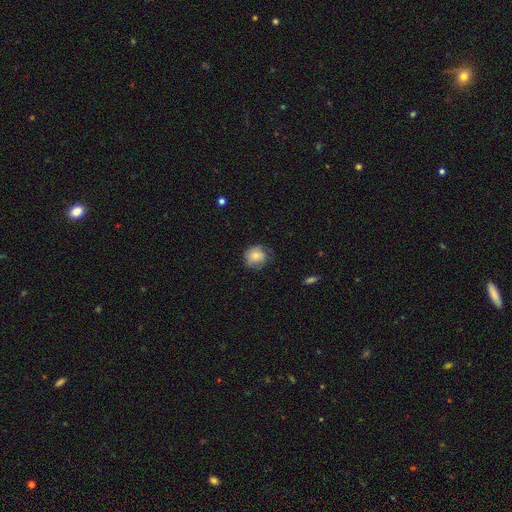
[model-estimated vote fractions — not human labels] A smooth galaxy with no disk features (74%) that is round (83%). Merging: none (65%).